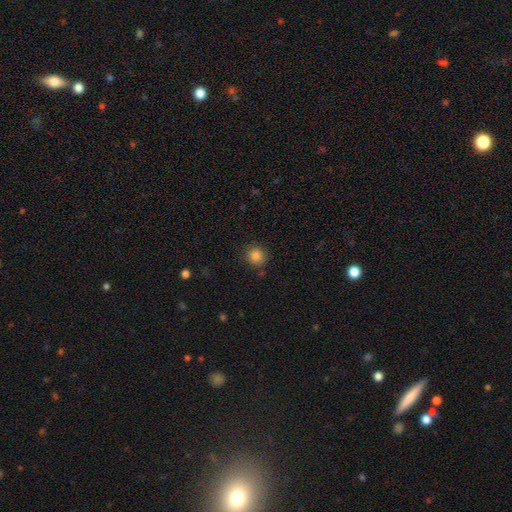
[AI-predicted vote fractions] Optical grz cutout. It shows a smooth galaxy with no disk features (85%) that is round (89%). Merging: none (85%).